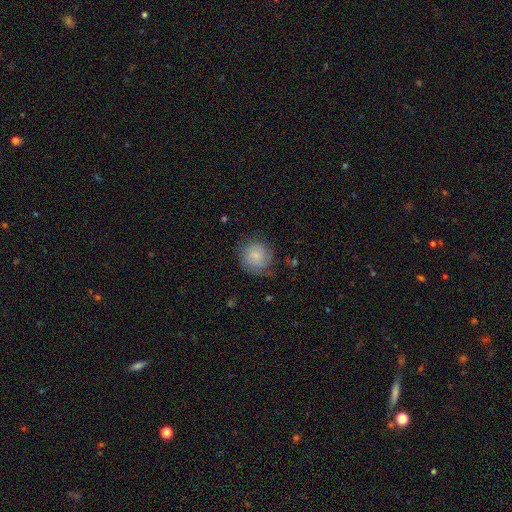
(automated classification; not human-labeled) This appears to be a smooth galaxy with no disk features (78%) that is round (92%). Merging: none (72%).